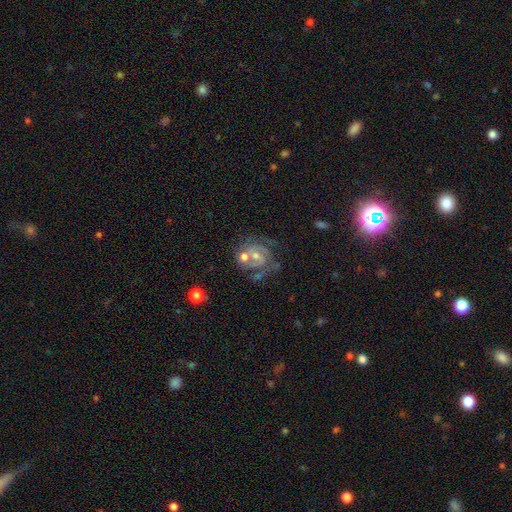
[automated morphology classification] This appears to be a featured or disk galaxy (79%) with no bar (65%), 2 (46%) tight (58%) spiral arms (90%) and a moderate central bulge (55%). Merging: none (48%).